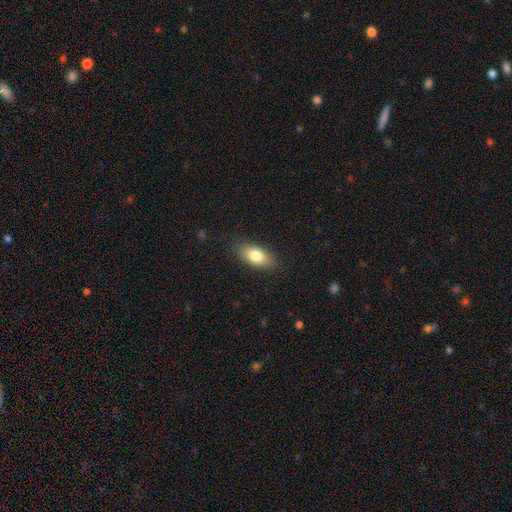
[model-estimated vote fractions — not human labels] Smooth or featured?
  - smooth: 80% *
  - featured or disk: 13%
  - star or artifact: 7%
How rounded?
  - in between: 87% *
  - cigar-shaped: 8%
  - round: 4%
Merging?
  - none: 86% *
  - minor disturbance: 10%
  - major disturbance: 3%
  - merger: 1%